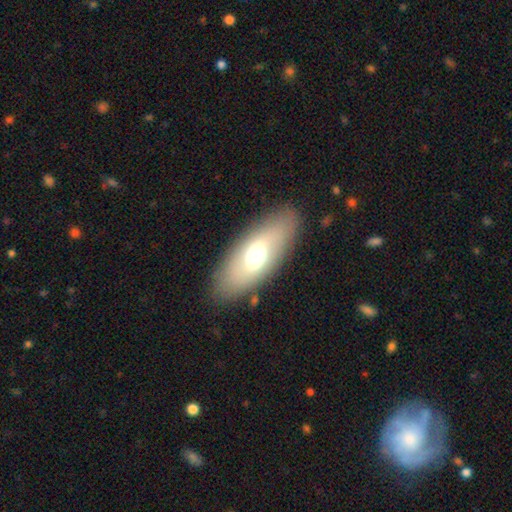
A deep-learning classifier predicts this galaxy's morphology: Smooth or featured? smooth (58%)
How rounded? in between (82%)
Merging? none (85%)